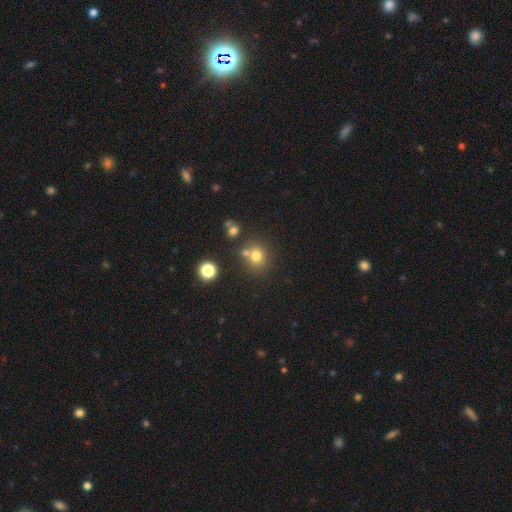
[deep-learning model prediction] smooth 73%, star or artifact 17%, featured or disk 9%. Down the decision tree: how rounded — round (83%); merging — none (63%).